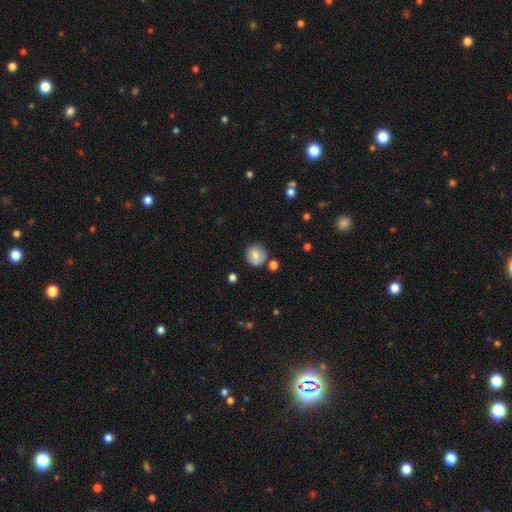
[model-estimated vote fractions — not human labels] Smooth or featured? smooth (72%)
How rounded? round (85%)
Merging? none (70%)